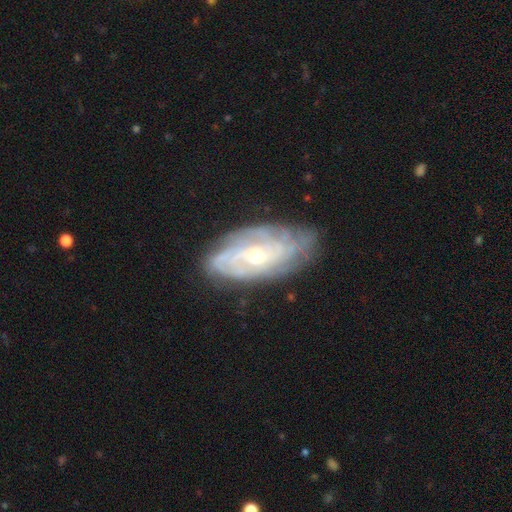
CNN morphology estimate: This is clearly a featured or disk galaxy (82%). It is clearly not viewed edge-on (92%). Bar: likely no (64%). Spiral arm pattern: clearly yes (92%). Spiral arm count: possibly can't tell (46%). Spiral winding: likely tight (65%). Central bulge: possibly moderate (52%). Merging: likely none (74%).